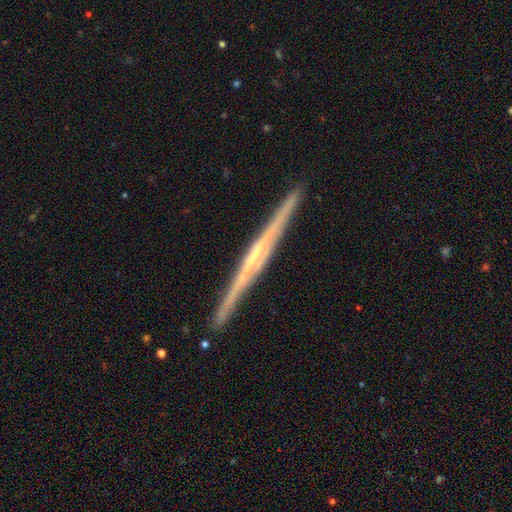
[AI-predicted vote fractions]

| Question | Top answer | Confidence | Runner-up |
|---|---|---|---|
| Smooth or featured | featured or disk | 80% | smooth (15%) |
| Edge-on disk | yes | 98% | no (2%) |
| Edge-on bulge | none | 44% | rounded (40%) |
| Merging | none | 91% | minor disturbance (6%) |